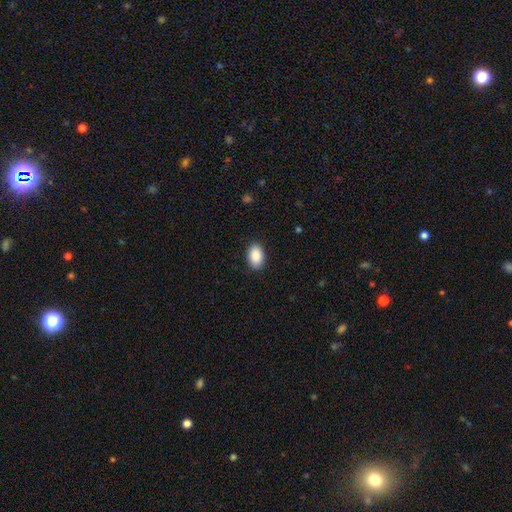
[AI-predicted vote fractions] This is clearly a smooth galaxy (89%). How rounded: clearly in between (91%). Merging: clearly none (89%).